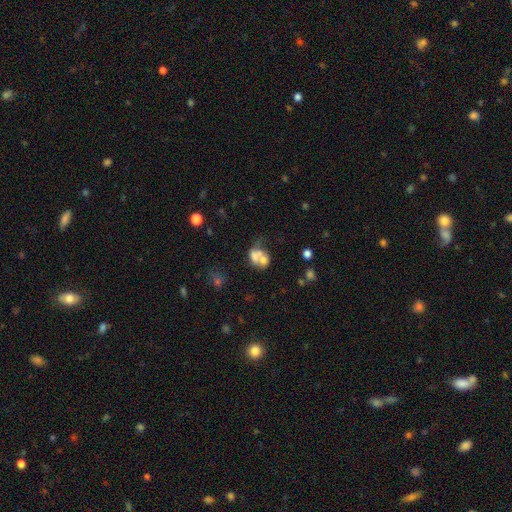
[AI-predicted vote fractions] Smooth or featured? Predicted: smooth (p=0.54). How rounded? Predicted: in between (p=0.55). Merging? Predicted: merger (p=0.61).